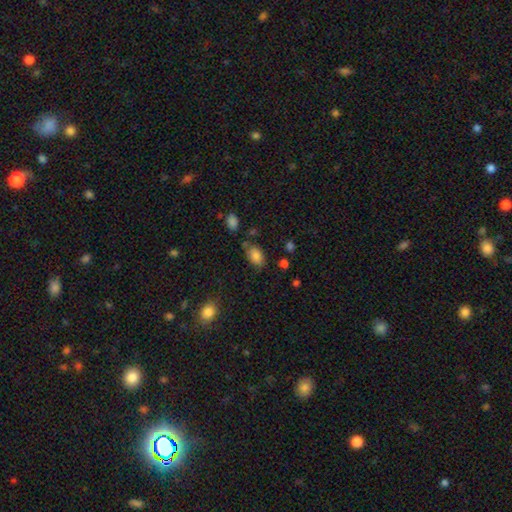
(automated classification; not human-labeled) smooth_or_featured: smooth (p=0.84) [alt: star or artifact p=0.09]
how_rounded: in between (p=0.90) [alt: round p=0.08]
merging: none (p=0.66) [alt: minor disturbance p=0.21]